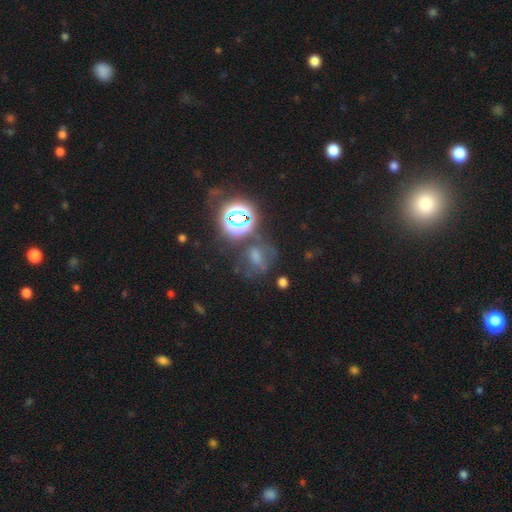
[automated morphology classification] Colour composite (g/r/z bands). It shows a star or artifact, not a galaxy (44%).